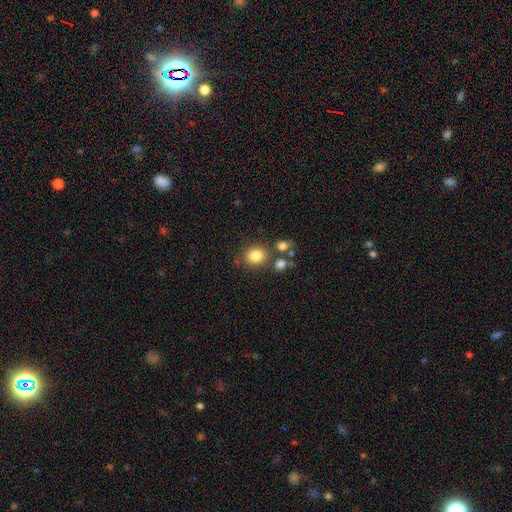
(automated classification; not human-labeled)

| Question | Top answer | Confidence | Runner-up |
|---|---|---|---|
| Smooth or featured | smooth | 82% | star or artifact (11%) |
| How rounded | round | 75% | in between (24%) |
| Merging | none | 73% | merger (12%) |